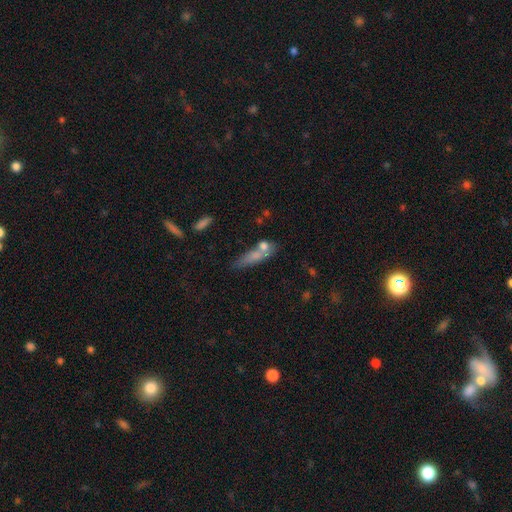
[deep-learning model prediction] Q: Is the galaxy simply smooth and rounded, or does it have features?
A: smooth — 69%.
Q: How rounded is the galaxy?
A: cigar-shaped — 64%.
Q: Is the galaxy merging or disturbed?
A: none — 49%.